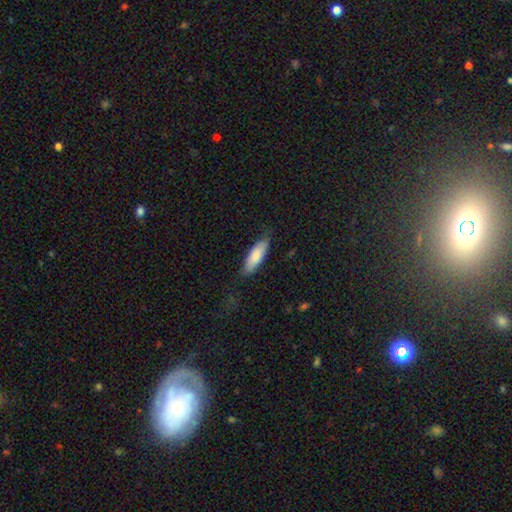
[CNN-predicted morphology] smooth_or_featured: smooth (p=0.81) [alt: featured or disk p=0.14]
how_rounded: in between (p=0.60) [alt: cigar-shaped p=0.39]
merging: none (p=0.77) [alt: minor disturbance p=0.18]